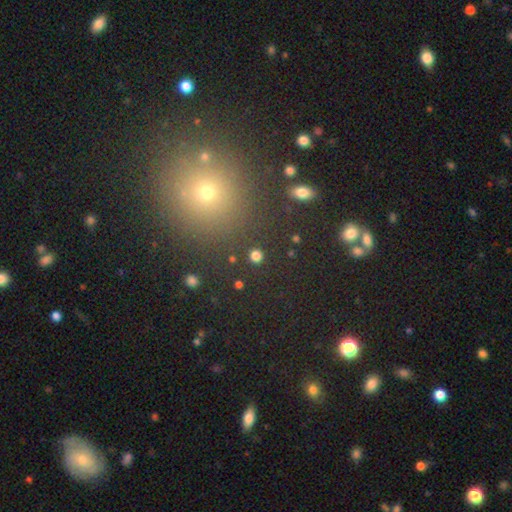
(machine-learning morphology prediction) smooth-or-featured: smooth: 80% | star or artifact: 16% | featured or disk: 4%
  how-rounded: round: 91% | in between: 8% | cigar-shaped: 1%
  merging: none: 91% | minor disturbance: 5% | major disturbance: 2% | merger: 2%